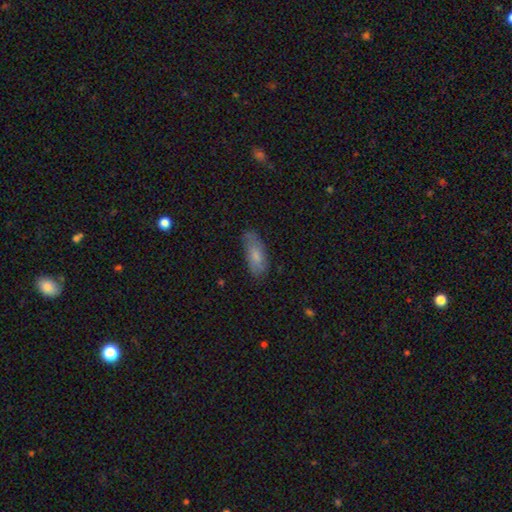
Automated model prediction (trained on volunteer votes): This is likely a smooth galaxy (77%). How rounded: likely in between (75%). Merging: likely none (71%).